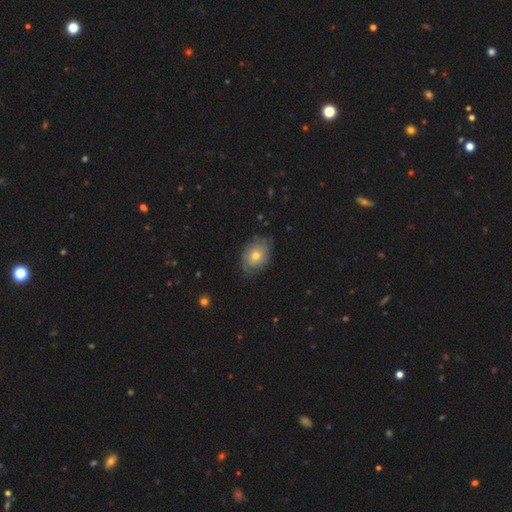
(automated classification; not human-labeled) The model was most divided on "smooth or featured": featured or disk: 48%, smooth: 42%, star or artifact: 10%. More confident: merging — none (70%).